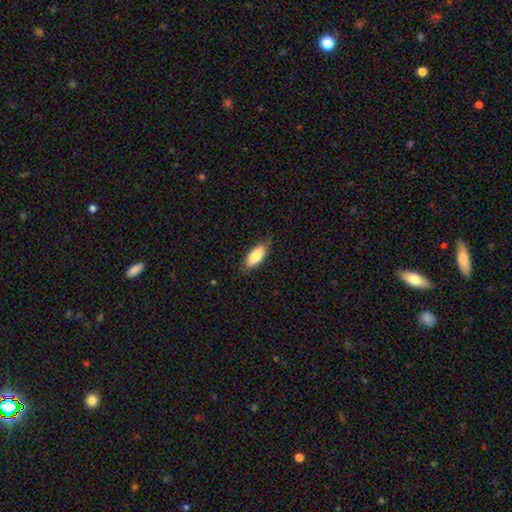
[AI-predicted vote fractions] A smooth galaxy with no disk features (84%) that is in between round and cigar-shaped (80%).

Vote fractions:
- Smooth or featured? smooth: 84% / featured or disk: 10% / star or artifact: 6%
- How rounded? in between: 80% / cigar-shaped: 18% / round: 2%
- Merging? none: 82% / minor disturbance: 14% / major disturbance: 3% / merger: 1%